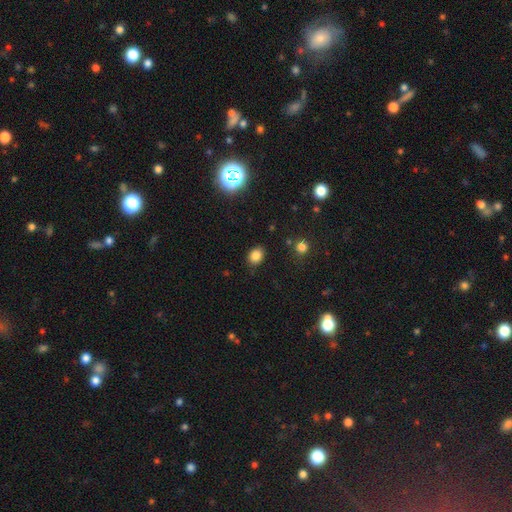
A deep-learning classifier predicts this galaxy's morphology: Overall: smooth (82%). How rounded: in between (61%; round 38%). Merging: none (84%).